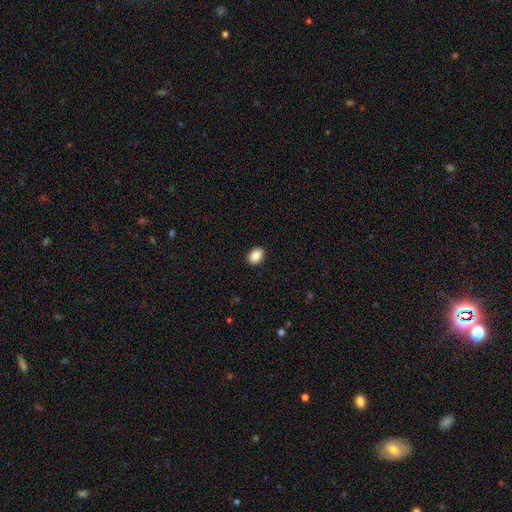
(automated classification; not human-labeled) A smooth galaxy with no disk features (89%) that is in between round and cigar-shaped (76%). Merging: none (91%).